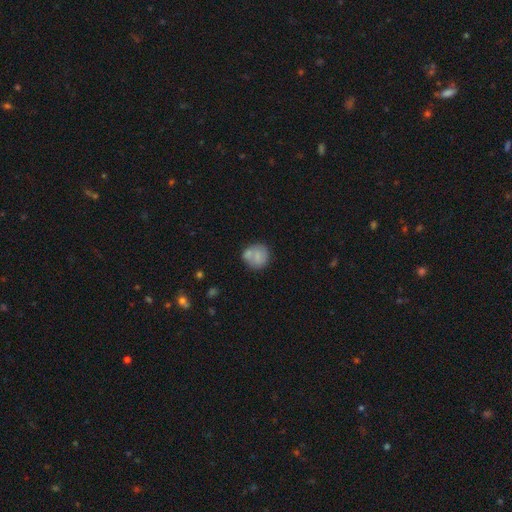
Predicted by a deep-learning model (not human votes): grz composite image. It shows a smooth galaxy with no disk features (73%) that is round (84%). Merging: none (52%).